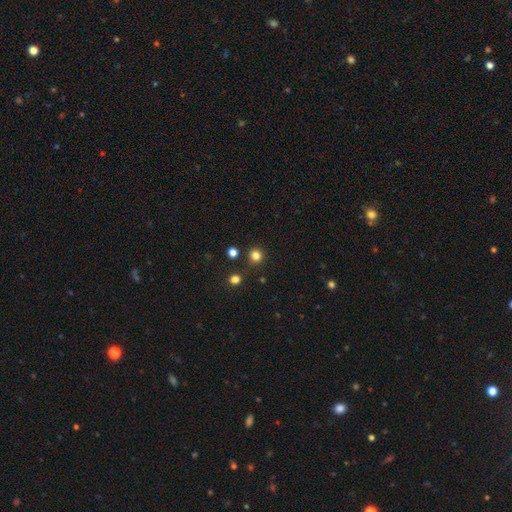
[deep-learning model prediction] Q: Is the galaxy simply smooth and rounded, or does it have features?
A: smooth — 79%.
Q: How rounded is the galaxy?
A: round — 93%.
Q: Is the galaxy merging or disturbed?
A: none — 86%.